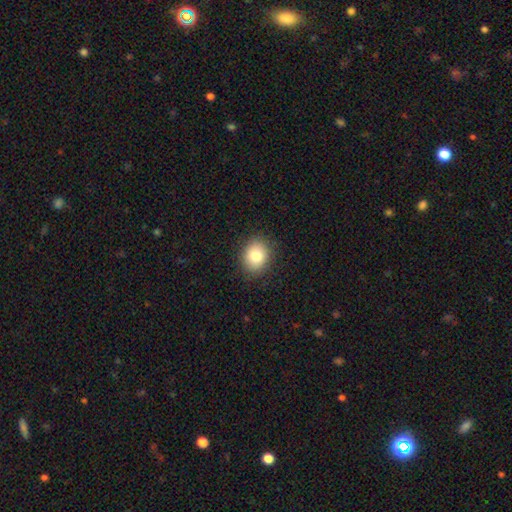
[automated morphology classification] Smooth or featured?
  - smooth: 81% *
  - star or artifact: 10%
  - featured or disk: 9%
How rounded?
  - round: 62% *
  - in between: 37%
  - cigar-shaped: 1%
Merging?
  - none: 88% *
  - minor disturbance: 9%
  - major disturbance: 2%
  - merger: 1%